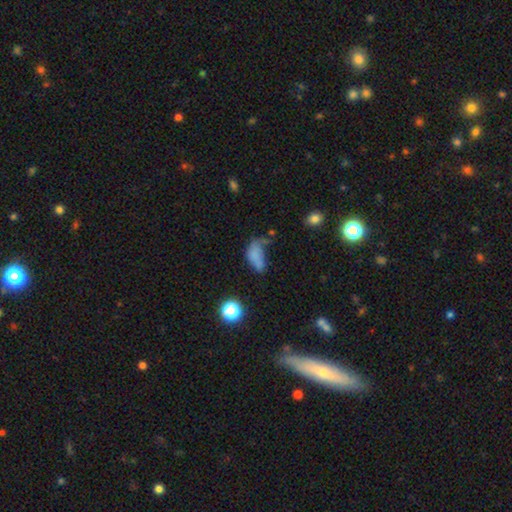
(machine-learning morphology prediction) A smooth galaxy with no disk features (62%) that is in between round and cigar-shaped (86%).

Vote fractions:
- Smooth or featured? smooth: 62% / featured or disk: 21% / star or artifact: 17%
- How rounded? in between: 86% / round: 8% / cigar-shaped: 5%
- Merging? major disturbance: 38% / minor disturbance: 25% / none: 24% / merger: 13%